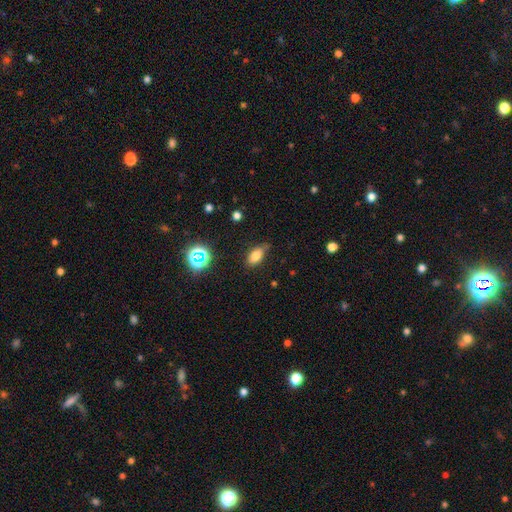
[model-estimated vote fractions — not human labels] smooth-or-featured: smooth: 77% | star or artifact: 13% | featured or disk: 10%
  how-rounded: in between: 85% | cigar-shaped: 8% | round: 6%
  merging: none: 68% | minor disturbance: 25% | major disturbance: 5% | merger: 2%